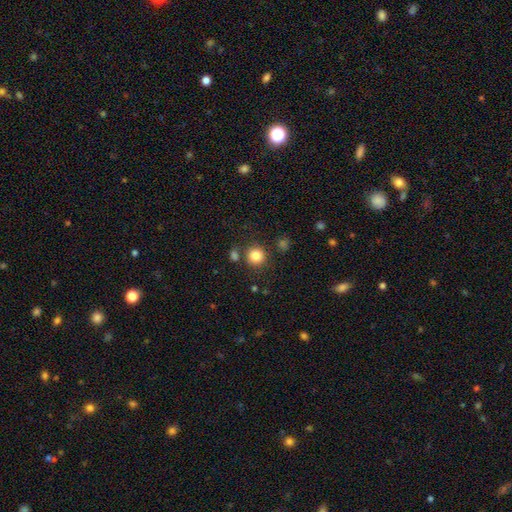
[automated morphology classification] This is clearly a smooth galaxy (85%). How rounded: clearly round (93%). Merging: clearly none (80%).